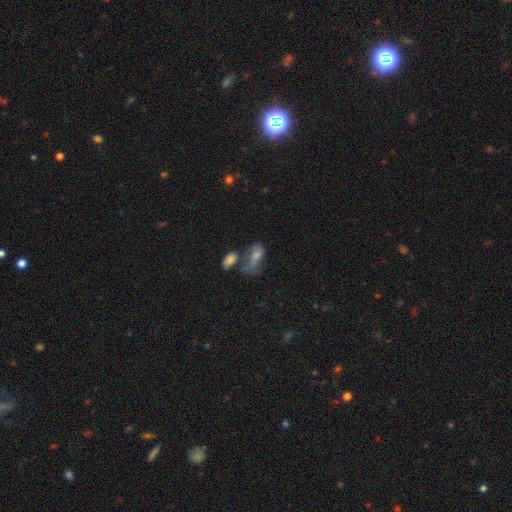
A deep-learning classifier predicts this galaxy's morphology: smooth_or_featured: smooth (p=0.47) [alt: featured or disk p=0.34]
merging: merger (p=0.35) [alt: none p=0.34]